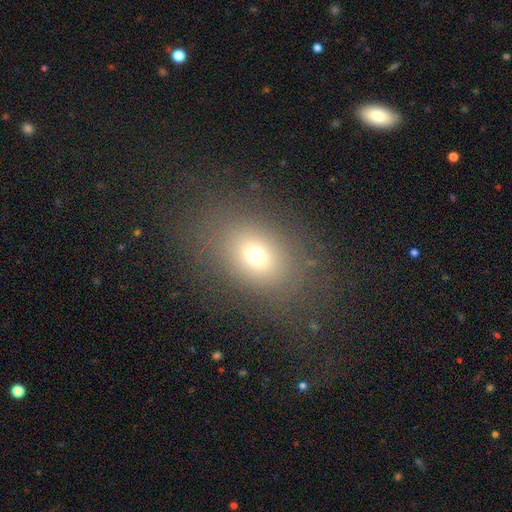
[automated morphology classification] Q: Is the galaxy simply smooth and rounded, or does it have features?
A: smooth — 67%.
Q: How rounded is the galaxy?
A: in between — 65%.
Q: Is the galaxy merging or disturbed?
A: none — 77%.